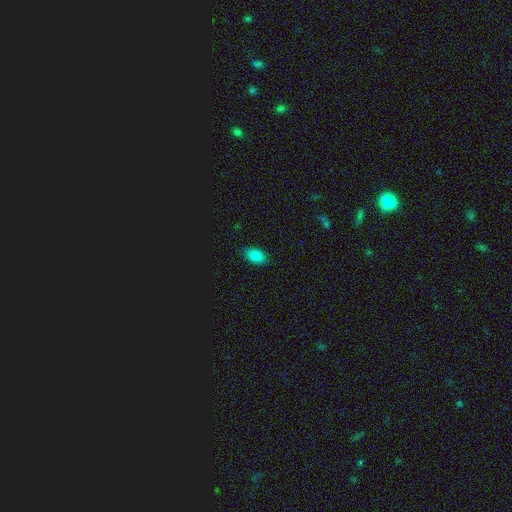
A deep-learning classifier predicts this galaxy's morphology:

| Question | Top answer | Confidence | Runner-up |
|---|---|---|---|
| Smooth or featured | smooth | 82% | star or artifact (11%) |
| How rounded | in between | 90% | round (9%) |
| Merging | none | 87% | minor disturbance (10%) |